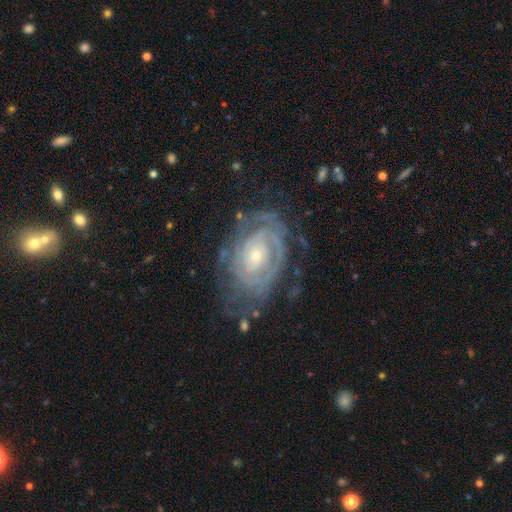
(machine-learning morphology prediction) This appears to be a featured or disk galaxy (83%) with no bar (74%), tight (77%) spiral arms (88%) and a small central bulge (68%). Merging: none (66%).